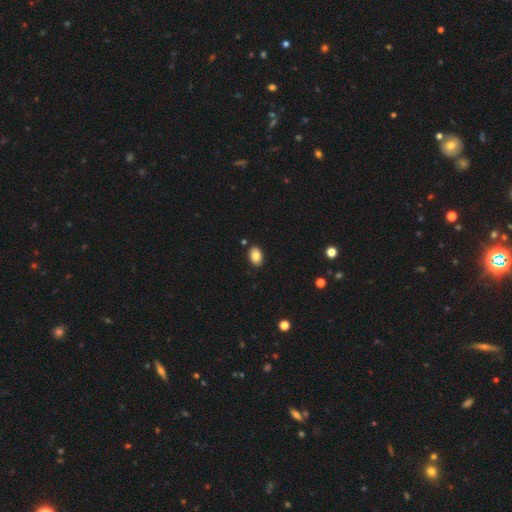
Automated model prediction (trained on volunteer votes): smooth_or_featured: smooth (p=0.84) [alt: star or artifact p=0.08]
how_rounded: in between (p=0.87) [alt: round p=0.12]
merging: none (p=0.88) [alt: minor disturbance p=0.08]